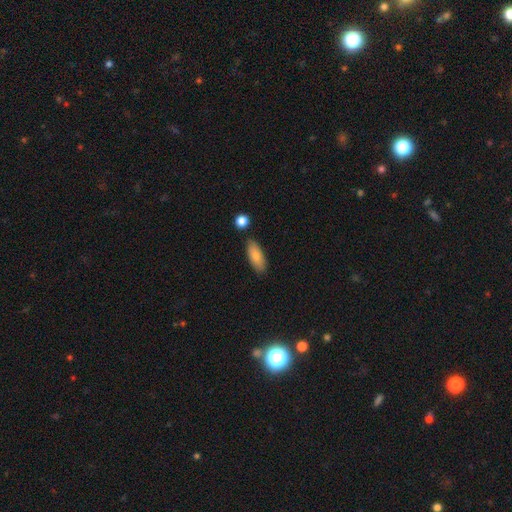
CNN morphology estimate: The model was most divided on "how rounded": in between: 79%, cigar-shaped: 18%, round: 2%. More confident: merging — none (82%); smooth or featured — smooth (81%).